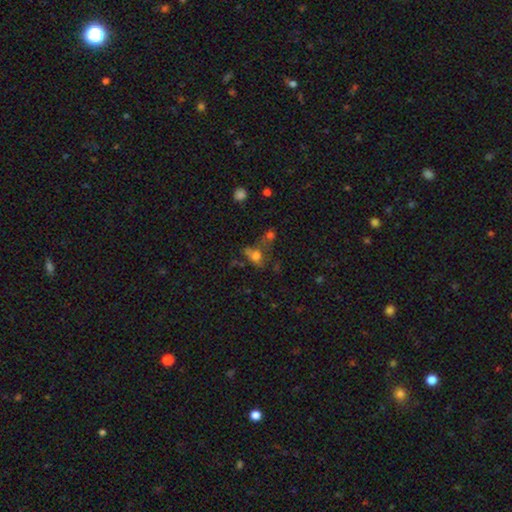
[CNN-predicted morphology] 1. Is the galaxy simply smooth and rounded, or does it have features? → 64% smooth, 19% star or artifact, 17% featured or disk.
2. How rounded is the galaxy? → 53% in between, 44% round, 3% cigar-shaped.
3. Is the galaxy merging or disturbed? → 37% merger, 31% none, 18% major disturbance, 15% minor disturbance.